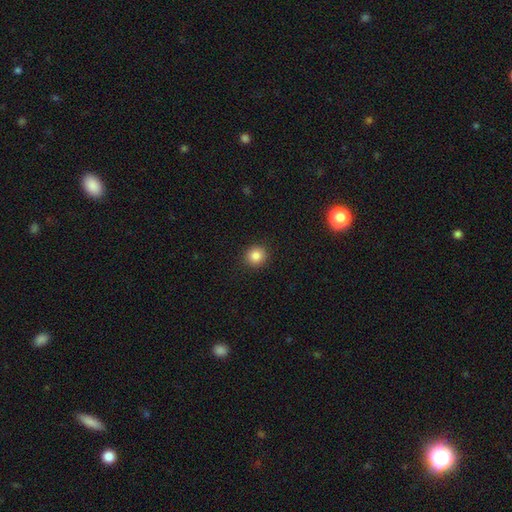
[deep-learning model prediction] This appears to be a smooth galaxy with no disk features (85%) that is round (89%). Merging: none (91%).